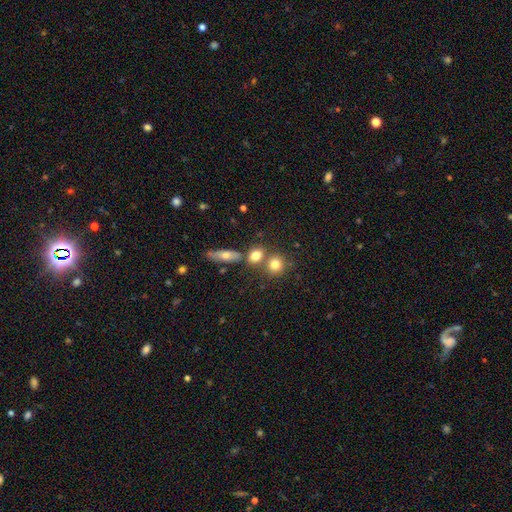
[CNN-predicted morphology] A smooth galaxy with no disk features (77%) that is round (52%).

Vote fractions:
- Smooth or featured? smooth: 77% / featured or disk: 12% / star or artifact: 11%
- How rounded? round: 52% / in between: 42% / cigar-shaped: 6%
- Merging? none: 56% / merger: 30% / minor disturbance: 10% / major disturbance: 4%